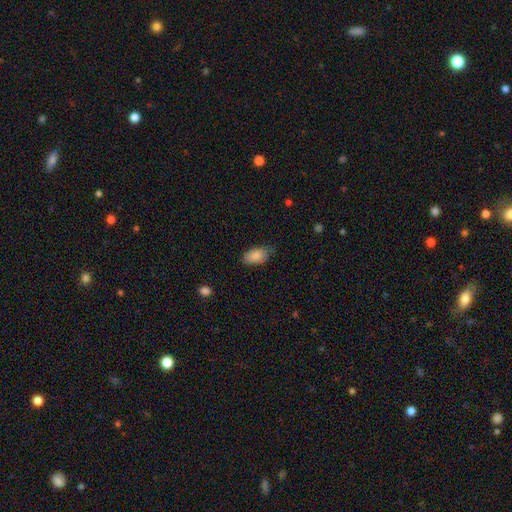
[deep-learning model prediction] This appears to be a smooth galaxy with no disk features (86%) that is in between round and cigar-shaped (93%). Merging: none (66%).